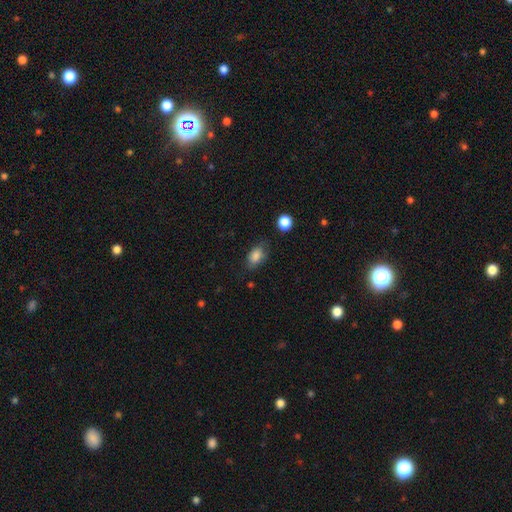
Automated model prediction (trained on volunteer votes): Smooth or featured: smooth — 83% (star or artifact — 9%)
How rounded: in between — 86% (round — 11%)
Merging: none — 64% (minor disturbance — 26%)